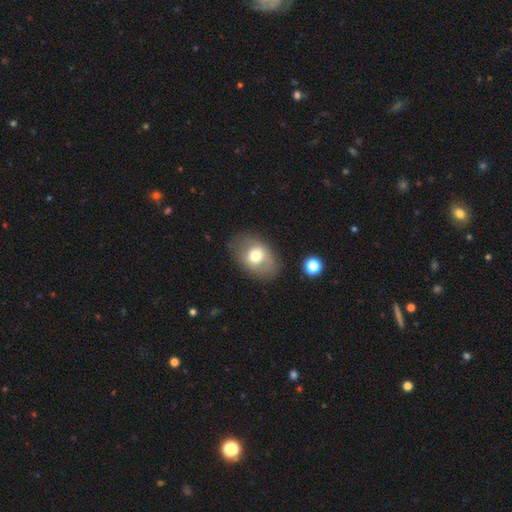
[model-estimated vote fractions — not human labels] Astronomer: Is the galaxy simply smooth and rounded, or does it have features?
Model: smooth — 66%.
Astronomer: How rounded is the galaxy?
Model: in between — 78%.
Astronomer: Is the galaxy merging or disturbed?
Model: none — 75%.